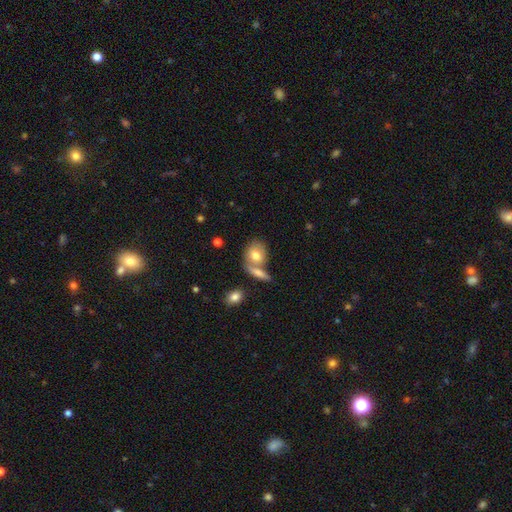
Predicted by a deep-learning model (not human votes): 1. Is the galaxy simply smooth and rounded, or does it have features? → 74% smooth, 19% featured or disk, 7% star or artifact.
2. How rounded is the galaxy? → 56% in between, 40% round, 3% cigar-shaped.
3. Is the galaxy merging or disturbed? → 45% none, 39% merger, 12% minor disturbance, 4% major disturbance.